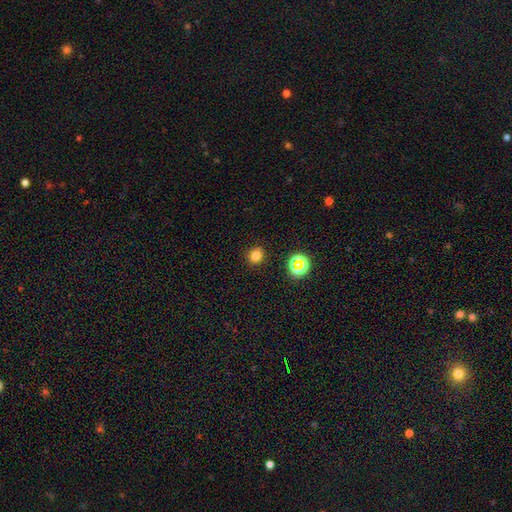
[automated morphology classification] smooth 76%, star or artifact 18%, featured or disk 6%. Down the decision tree: how rounded — round (78%); merging — none (88%).